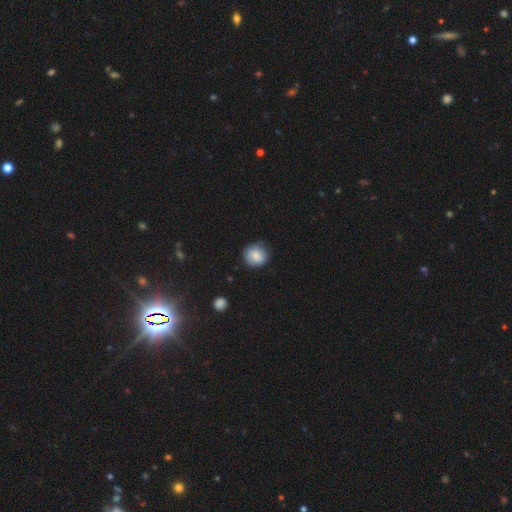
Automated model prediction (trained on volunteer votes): Smooth or featured? smooth (81%)
How rounded? round (85%)
Merging? none (79%)